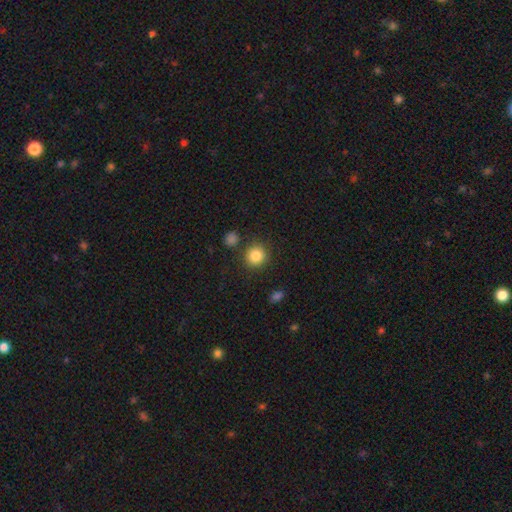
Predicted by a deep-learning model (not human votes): The model was most divided on "smooth or featured": smooth: 85%, star or artifact: 10%, featured or disk: 5%. More confident: how rounded — round (90%); merging — none (84%).